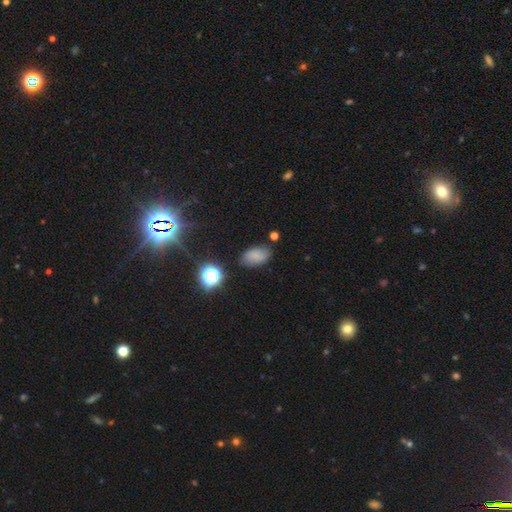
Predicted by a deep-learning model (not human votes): Smooth or featured: smooth — 76% (star or artifact — 15%)
How rounded: in between — 91% (round — 8%)
Merging: none — 77% (minor disturbance — 16%)